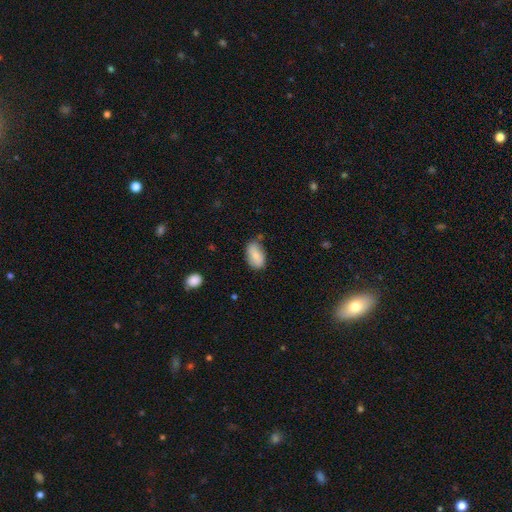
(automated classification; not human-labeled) Morphology: type=smooth (79%); roundness=in between (93%); merging=none (67%).